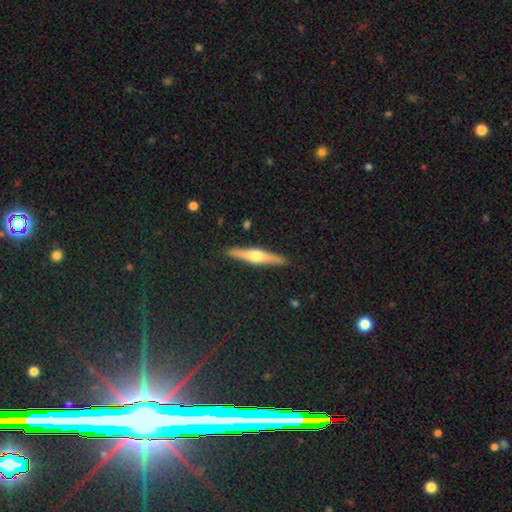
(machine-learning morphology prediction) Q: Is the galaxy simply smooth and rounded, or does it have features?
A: featured or disk — 64%.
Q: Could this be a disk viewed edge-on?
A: yes — 97%.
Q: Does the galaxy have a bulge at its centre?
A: rounded — 89%.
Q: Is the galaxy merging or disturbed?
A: none — 91%.